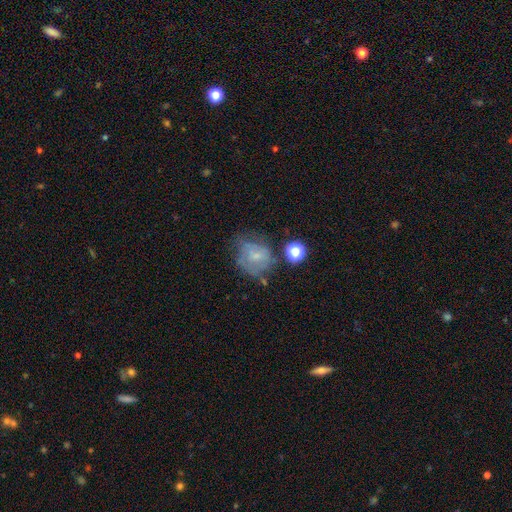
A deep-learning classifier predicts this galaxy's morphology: Q: Smooth or featured?
A: featured or disk (46%); runner-up: smooth (41%)
Q: Merging?
A: none (44%); runner-up: minor disturbance (28%)